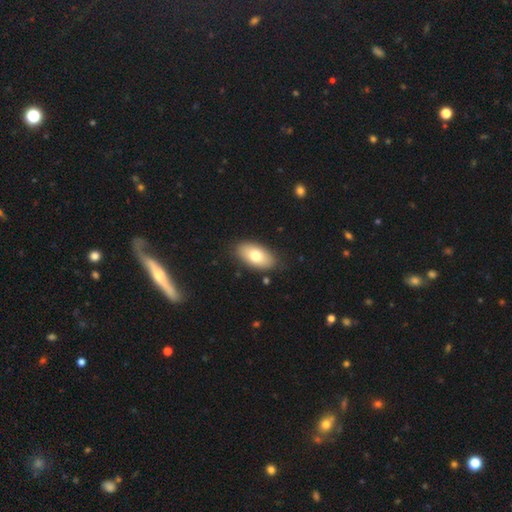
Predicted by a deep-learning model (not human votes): A smooth galaxy with no disk features (74%) that is in between round and cigar-shaped (93%). Merging: none (86%).